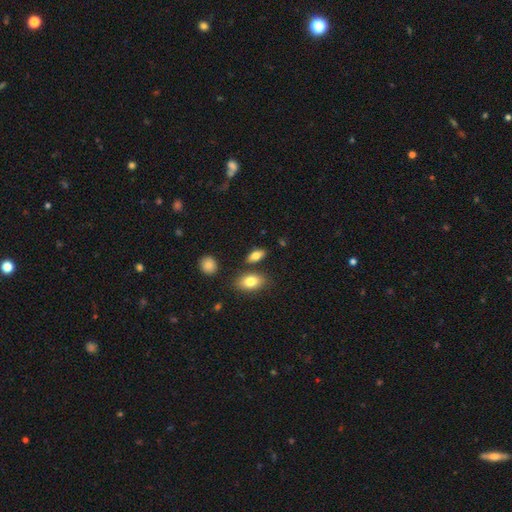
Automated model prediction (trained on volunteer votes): This appears to be a smooth galaxy with no disk features (78%) that is in between round and cigar-shaped (88%). Merging: none (77%).